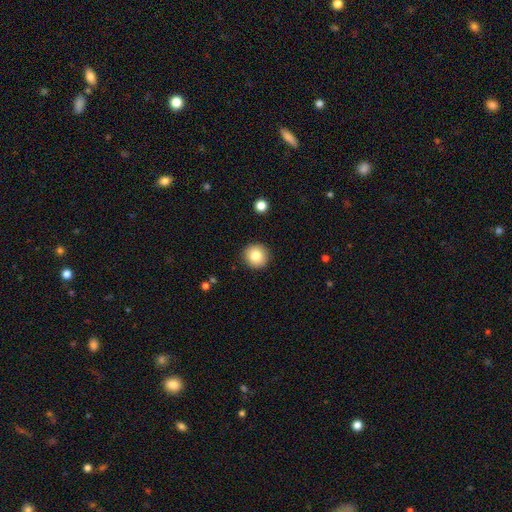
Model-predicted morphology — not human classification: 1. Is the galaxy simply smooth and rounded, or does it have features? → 81% smooth, 10% star or artifact, 10% featured or disk.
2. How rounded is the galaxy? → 95% round, 4% in between, 1% cigar-shaped.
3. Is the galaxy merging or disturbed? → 92% none, 5% minor disturbance, 2% major disturbance, 1% merger.